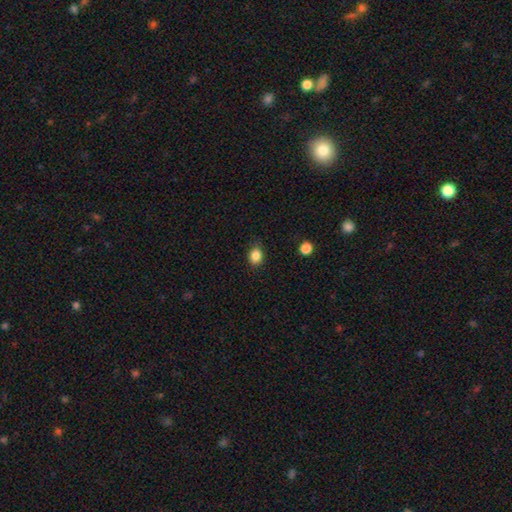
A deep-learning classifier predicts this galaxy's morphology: The model was most divided on "how rounded": round: 54%, in between: 45%, cigar-shaped: 1%. More confident: smooth or featured — smooth (85%); merging — none (83%).